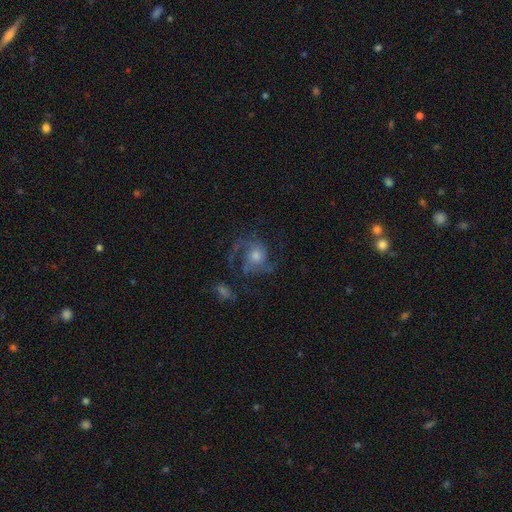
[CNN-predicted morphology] Smooth or featured: featured or disk — 79% (smooth — 12%)
Edge-on disk: no — 98% (yes — 2%)
Bar: no — 74% (weak — 22%)
Spiral arms: yes — 93% (no — 7%)
Spiral winding: medium — 52% (loose — 25%)
Spiral arm count: 2 — 36% (3 — 30%)
Bulge size: moderate — 56% (small — 27%)
Merging: none — 59% (major disturbance — 21%)